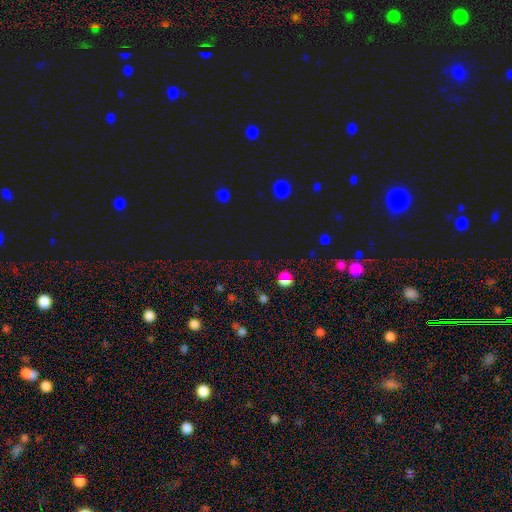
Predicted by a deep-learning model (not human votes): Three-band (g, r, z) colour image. It shows a star or artifact, not a galaxy (70%).